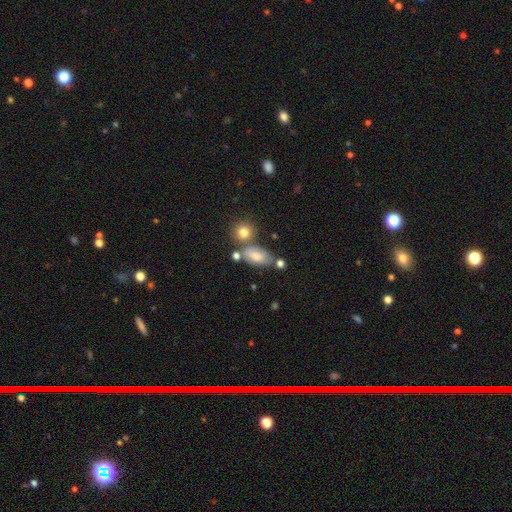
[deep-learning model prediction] The model was most divided on "merging": none: 59%, minor disturbance: 18%, merger: 17%, major disturbance: 6%. More confident: how rounded — in between (88%); smooth or featured — smooth (76%).